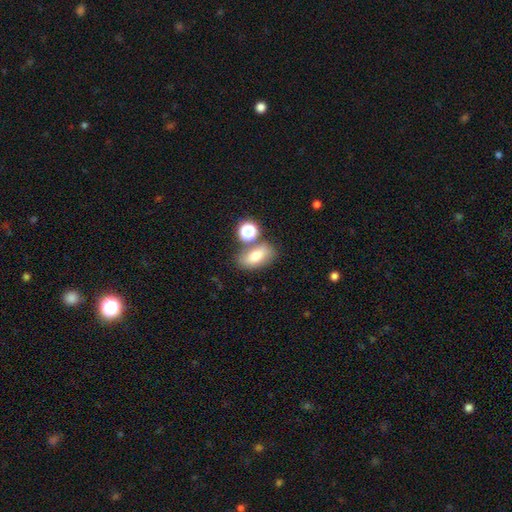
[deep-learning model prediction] Q: Smooth or featured?
A: smooth (71%); runner-up: featured or disk (16%)
Q: How rounded?
A: in between (82%); runner-up: round (13%)
Q: Merging?
A: none (63%); runner-up: merger (18%)